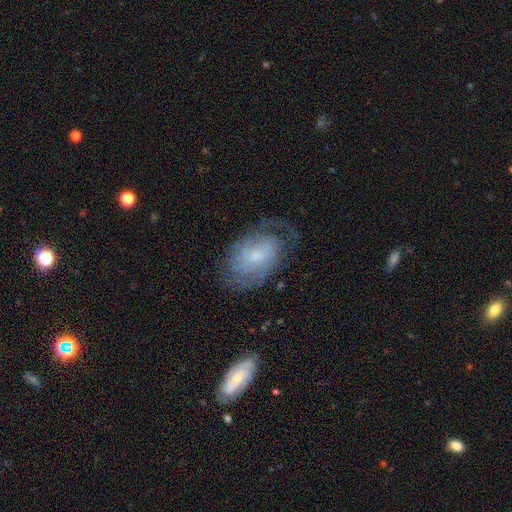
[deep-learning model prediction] Smooth or featured? Predicted: featured or disk (p=0.67). Edge-on disk? Predicted: no (p=0.95). Bar? Predicted: no (p=0.61). Spiral arms? Predicted: yes (p=0.85). Spiral winding? Predicted: tight (p=0.54). Spiral arm count? Predicted: can't tell (p=0.44). Bulge size? Predicted: small (p=0.54). Merging? Predicted: none (p=0.59).